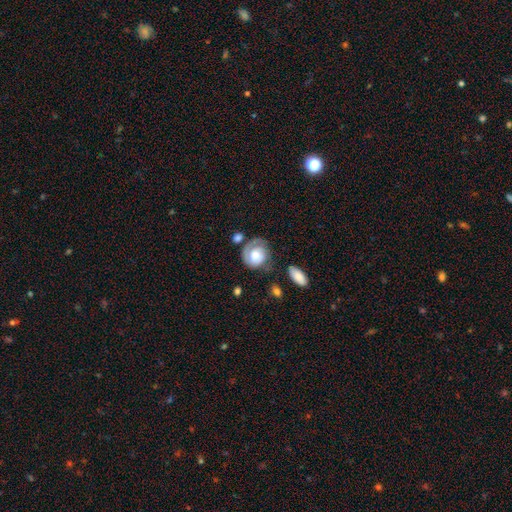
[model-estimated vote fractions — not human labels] Overall: featured or disk (65%; smooth 29%). Edge-on disk: no (97%). Bar: no (73%). Spiral arms: yes (87%). Spiral arm count: 1 (54%; 2 27%). Spiral winding: tight (64%; medium 26%). Bulge size: moderate (46%; small 23%). Merging: none (52%; minor disturbance 23%).